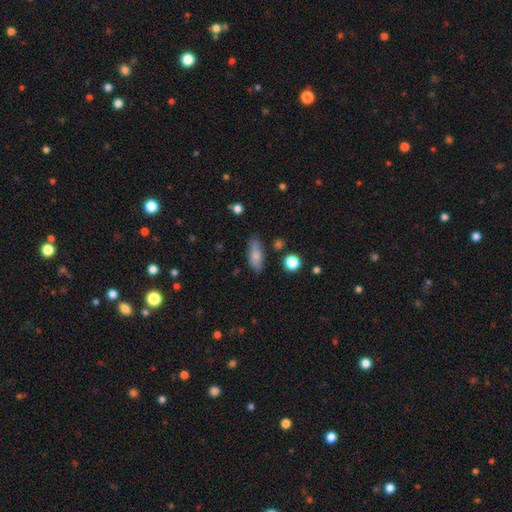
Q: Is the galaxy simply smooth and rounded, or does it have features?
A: smooth — 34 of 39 (87%).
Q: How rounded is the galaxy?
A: in between — 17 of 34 (50%).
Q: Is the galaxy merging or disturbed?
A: none — 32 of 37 (86%).